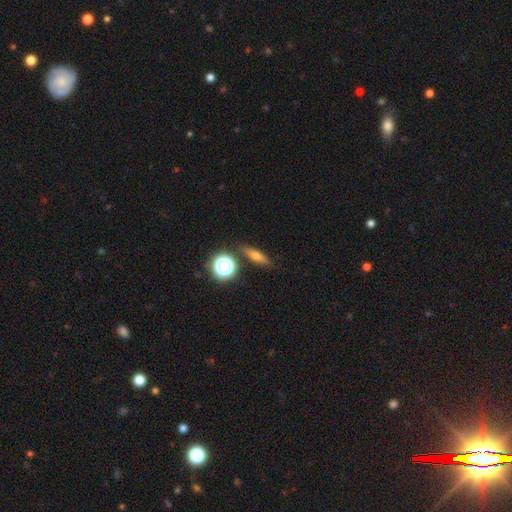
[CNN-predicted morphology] This is possibly a smooth galaxy (55%). How rounded: possibly cigar-shaped (52%). Merging: clearly none (84%).